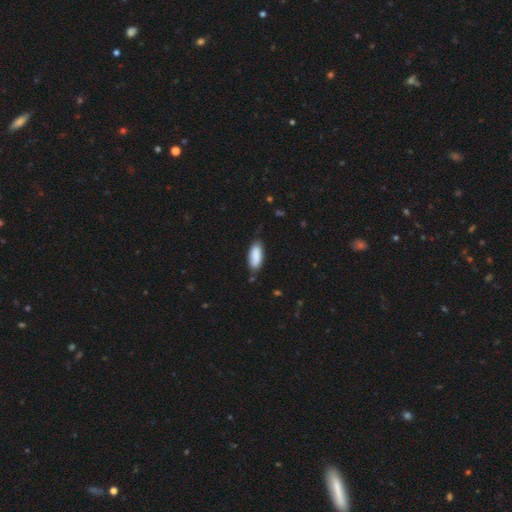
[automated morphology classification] A smooth galaxy with no disk features (89%) that is in between round and cigar-shaped (79%).

Vote fractions:
- Smooth or featured? smooth: 89% / star or artifact: 6% / featured or disk: 5%
- How rounded? in between: 79% / cigar-shaped: 20% / round: 2%
- Merging? none: 78% / minor disturbance: 18% / major disturbance: 3% / merger: 2%